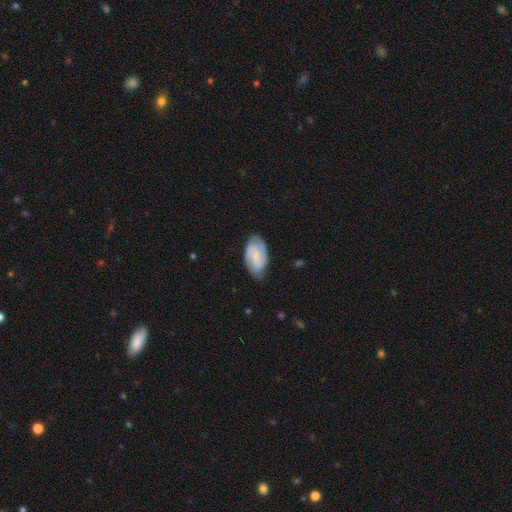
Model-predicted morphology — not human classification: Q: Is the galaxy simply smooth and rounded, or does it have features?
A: featured or disk — 72%.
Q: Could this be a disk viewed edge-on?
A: no — 97%.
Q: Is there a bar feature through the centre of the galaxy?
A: weak — 50%.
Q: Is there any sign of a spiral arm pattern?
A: yes — 94%.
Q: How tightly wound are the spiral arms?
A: medium — 47%.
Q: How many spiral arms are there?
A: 2 — 84%.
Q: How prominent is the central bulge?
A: small — 50%.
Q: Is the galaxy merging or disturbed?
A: none — 76%.